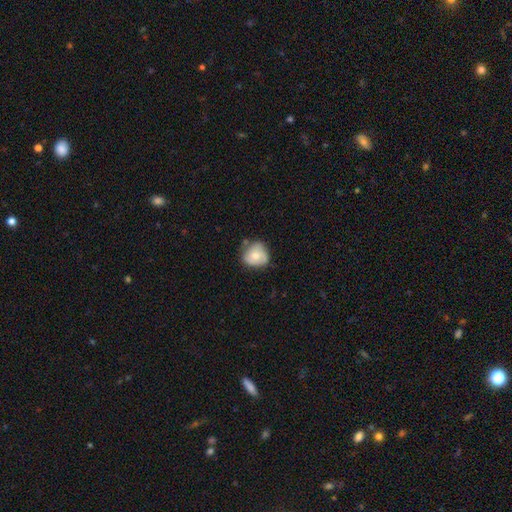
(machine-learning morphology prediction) This is possibly a smooth galaxy (57%). How rounded: likely round (76%). Merging: possibly none (55%).